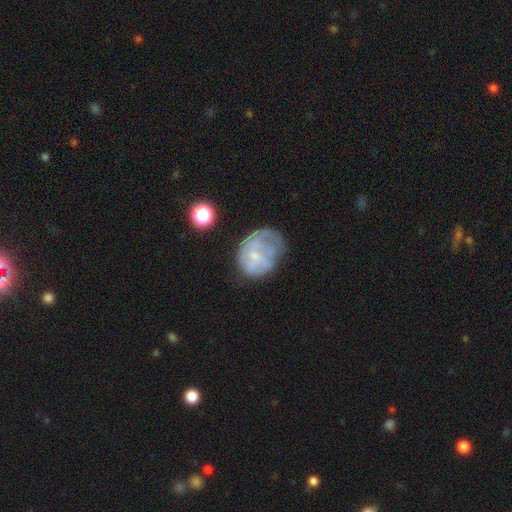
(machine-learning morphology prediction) This appears to be a featured or disk galaxy (51%). Merging: none (39%).